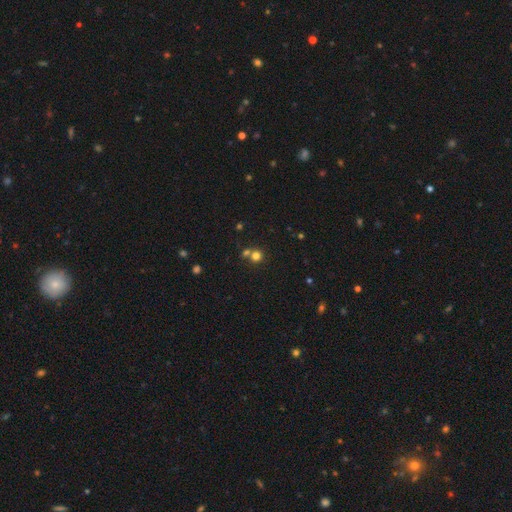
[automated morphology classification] Smooth or featured? smooth (75%)
How rounded? round (88%)
Merging? none (59%)